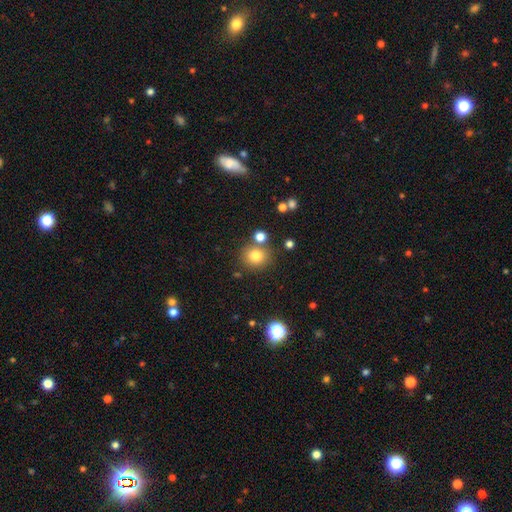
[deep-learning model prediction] A smooth galaxy with no disk features (78%) that is round (86%).

Vote fractions:
- Smooth or featured? smooth: 78% / star or artifact: 14% / featured or disk: 8%
- How rounded? round: 86% / in between: 13% / cigar-shaped: 1%
- Merging? none: 76% / merger: 12% / minor disturbance: 9% / major disturbance: 3%